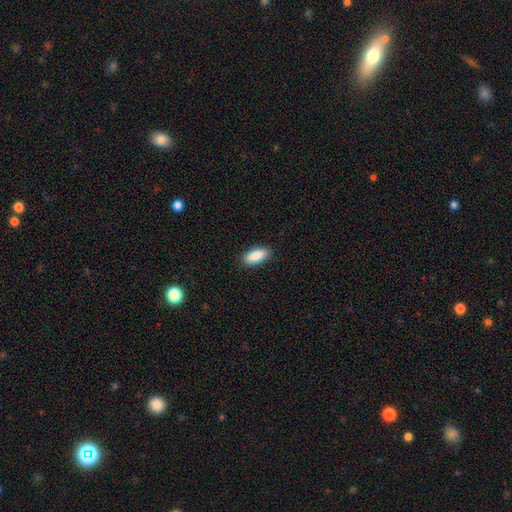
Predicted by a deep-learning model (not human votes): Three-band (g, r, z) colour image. It shows a smooth galaxy with no disk features (88%) that is in between round and cigar-shaped (81%). Merging: none (89%).